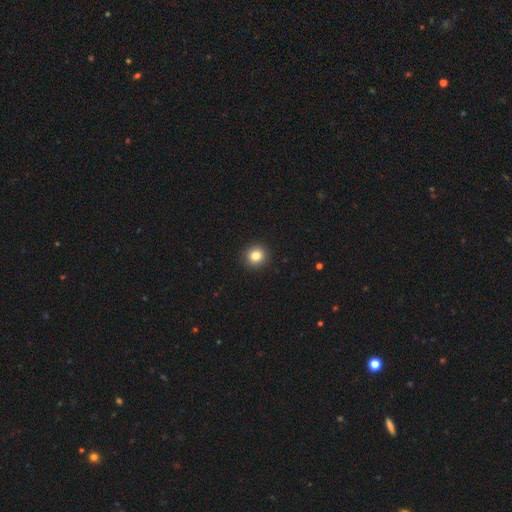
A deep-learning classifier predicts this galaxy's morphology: Smooth or featured? Predicted: smooth (p=0.83). How rounded? Predicted: round (p=0.91). Merging? Predicted: none (p=0.93).